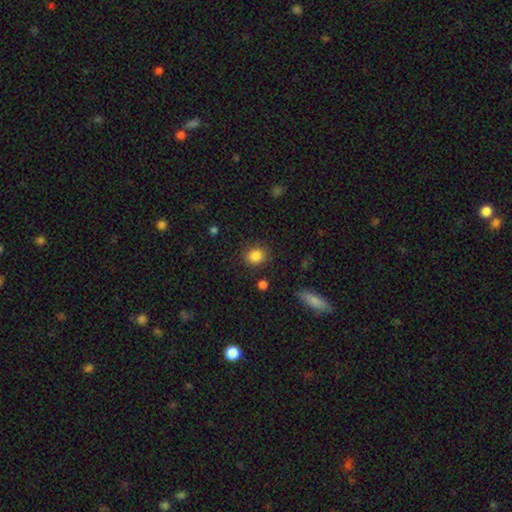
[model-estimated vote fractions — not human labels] Morphology: type=smooth (85%); roundness=round (77%); merging=none (85%).